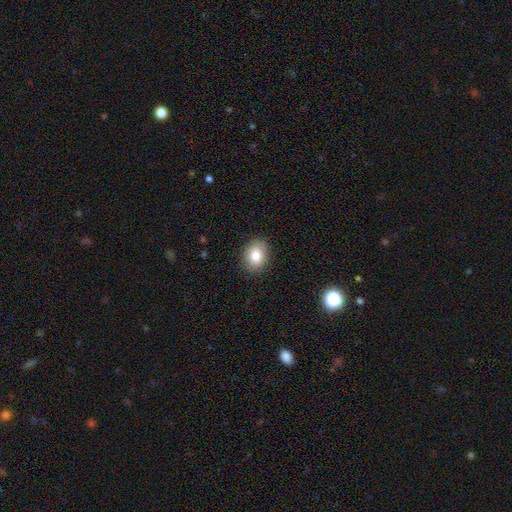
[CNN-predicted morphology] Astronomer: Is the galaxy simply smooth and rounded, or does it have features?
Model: smooth — 82%.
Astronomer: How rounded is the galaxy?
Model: in between — 56% (runner-up: round, 43%).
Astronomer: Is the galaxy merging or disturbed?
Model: none — 88%.